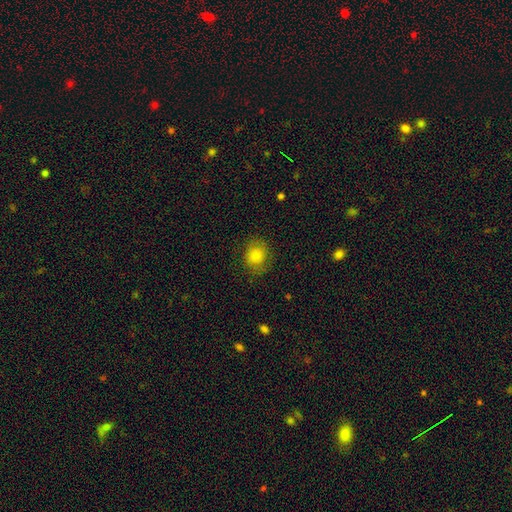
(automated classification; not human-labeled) smooth-or-featured: smooth: 80% | star or artifact: 10% | featured or disk: 10%
  how-rounded: round: 65% | in between: 34% | cigar-shaped: 1%
  merging: none: 79% | minor disturbance: 15% | major disturbance: 5% | merger: 1%